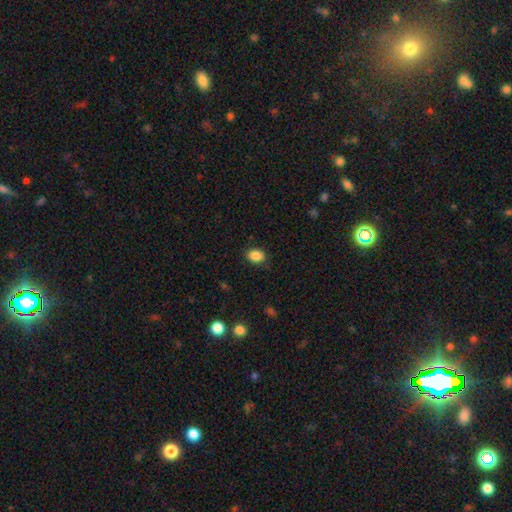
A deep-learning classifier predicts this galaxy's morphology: This is clearly a smooth galaxy (87%). How rounded: likely in between (64%). Merging: clearly none (86%).